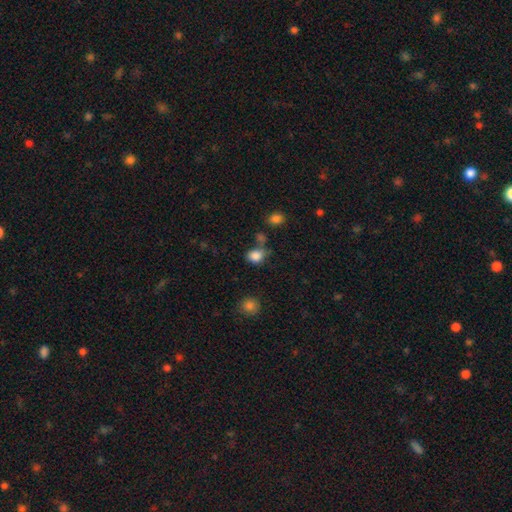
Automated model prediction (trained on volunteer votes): Smooth or featured: smooth — 84% (star or artifact — 11%)
How rounded: round — 56% (in between — 43%)
Merging: none — 58% (minor disturbance — 18%)